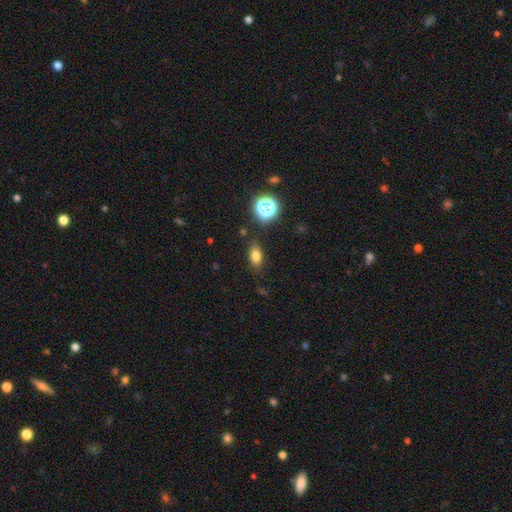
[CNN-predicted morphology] This appears to be a smooth galaxy with no disk features (76%) that is in between round and cigar-shaped (81%). Merging: none (82%).